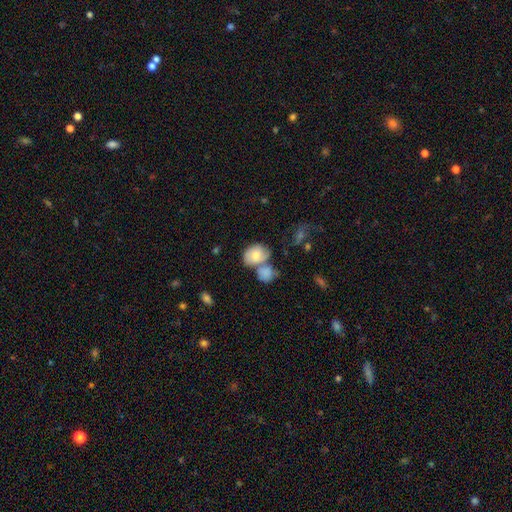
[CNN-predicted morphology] Smooth or featured? Predicted: smooth (p=0.55). How rounded? Predicted: in between (p=0.63). Merging? Predicted: merger (p=0.45).